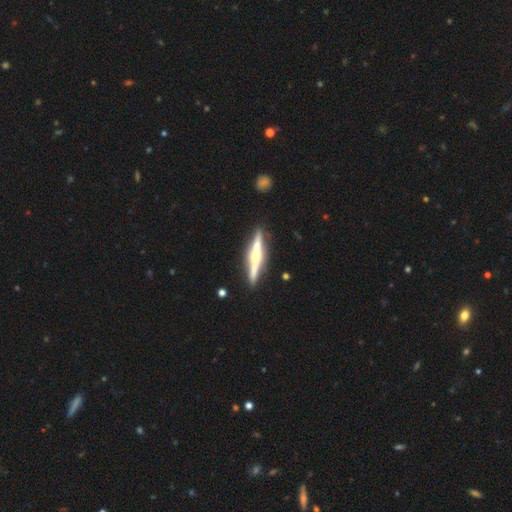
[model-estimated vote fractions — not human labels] Smooth or featured? Predicted: featured or disk (p=0.76). Edge-on disk? Predicted: yes (p=0.98). Edge-on bulge? Predicted: rounded (p=0.79). Merging? Predicted: none (p=0.88).